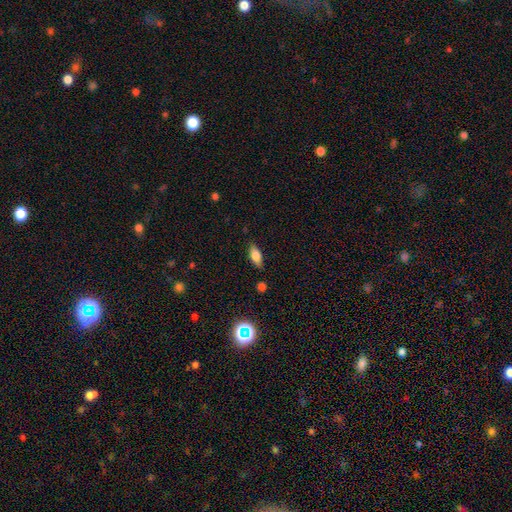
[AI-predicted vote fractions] Smooth or featured? Predicted: smooth (p=0.70). How rounded? Predicted: in between (p=0.81). Merging? Predicted: none (p=0.84).